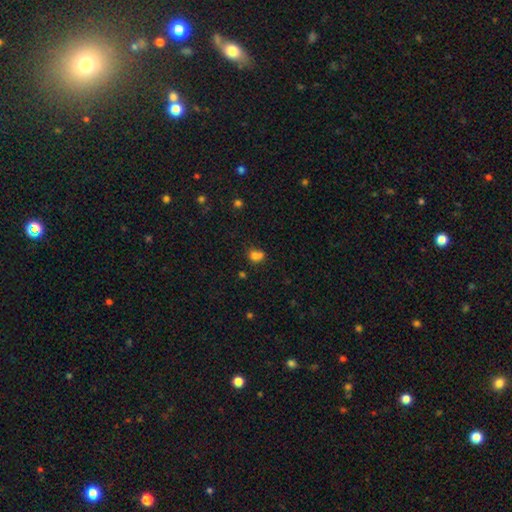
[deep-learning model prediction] Morphology: type=smooth (74%); roundness=round (59%); merging=merger (42%).